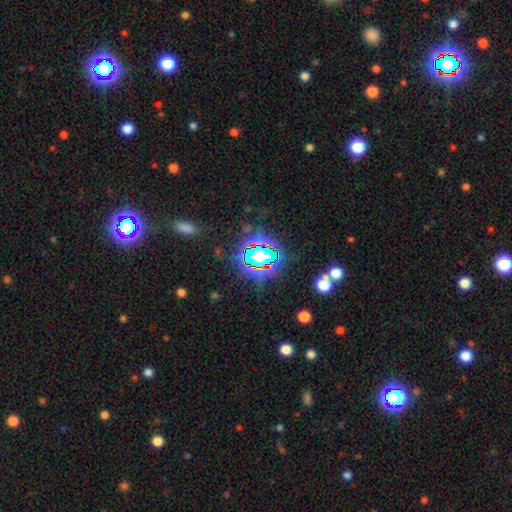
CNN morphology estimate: This appears to be a star or artifact, not a galaxy (73%).